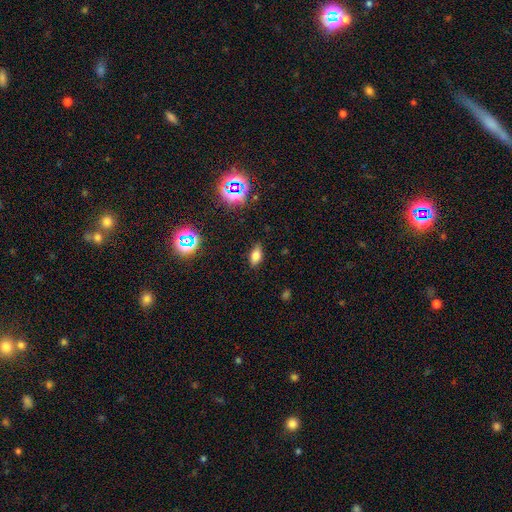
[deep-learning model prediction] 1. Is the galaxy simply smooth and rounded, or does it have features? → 71% smooth, 18% star or artifact, 11% featured or disk.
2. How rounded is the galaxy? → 85% in between, 8% round, 6% cigar-shaped.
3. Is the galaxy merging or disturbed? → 84% none, 12% minor disturbance, 3% major disturbance, 1% merger.